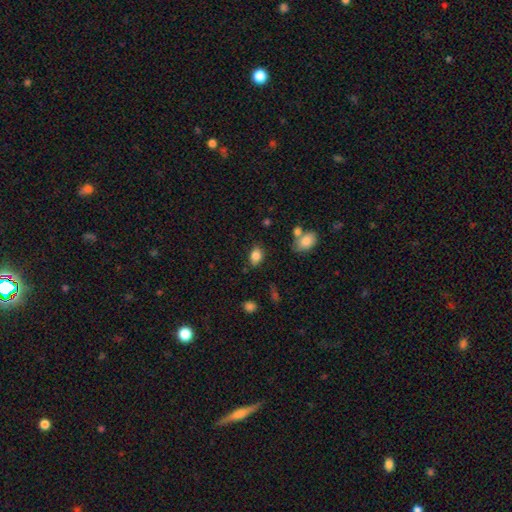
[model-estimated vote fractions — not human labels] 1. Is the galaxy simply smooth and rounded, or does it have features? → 85% smooth, 9% star or artifact, 6% featured or disk.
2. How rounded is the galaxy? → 81% in between, 17% round, 1% cigar-shaped.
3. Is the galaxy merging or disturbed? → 77% none, 16% minor disturbance, 4% major disturbance, 4% merger.